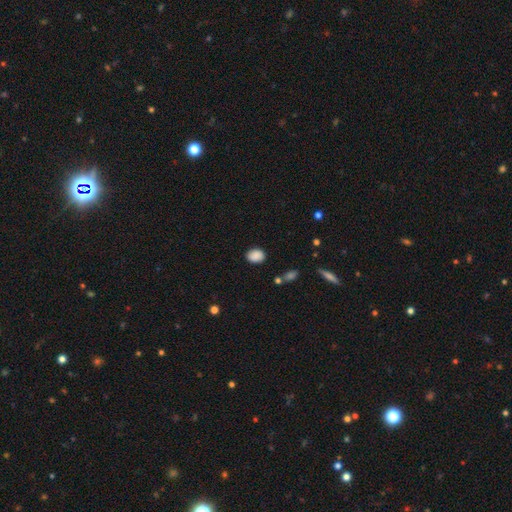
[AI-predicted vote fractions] smooth_or_featured: smooth (p=0.88) [alt: star or artifact p=0.09]
how_rounded: in between (p=0.63) [alt: round p=0.35]
merging: none (p=0.85) [alt: minor disturbance p=0.10]